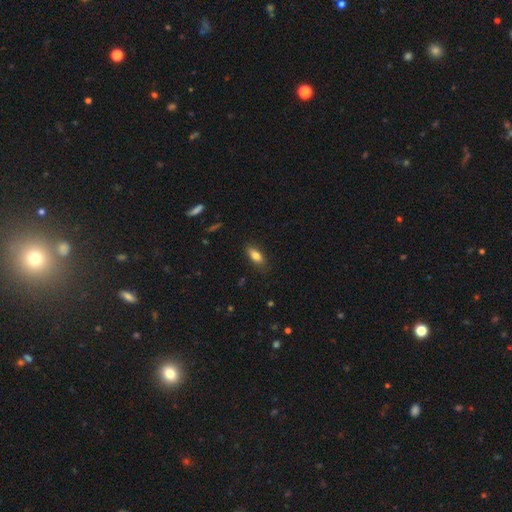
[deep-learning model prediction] This appears to be a smooth galaxy with no disk features (80%) that is in between round and cigar-shaped (78%). Merging: none (83%).